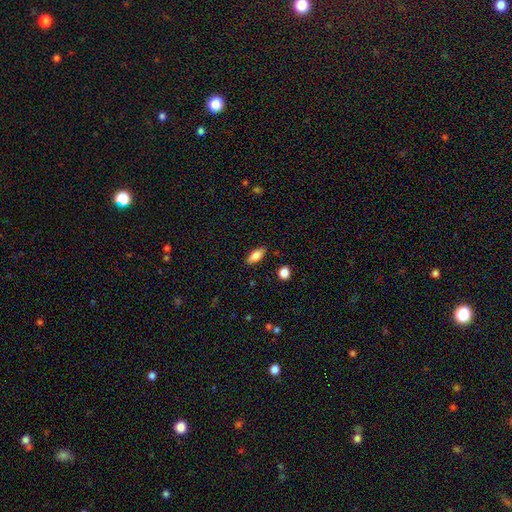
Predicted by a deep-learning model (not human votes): smooth-or-featured: smooth: 82% | featured or disk: 11% | star or artifact: 7%
  how-rounded: in between: 82% | cigar-shaped: 16% | round: 3%
  merging: none: 86% | minor disturbance: 10% | major disturbance: 2% | merger: 2%